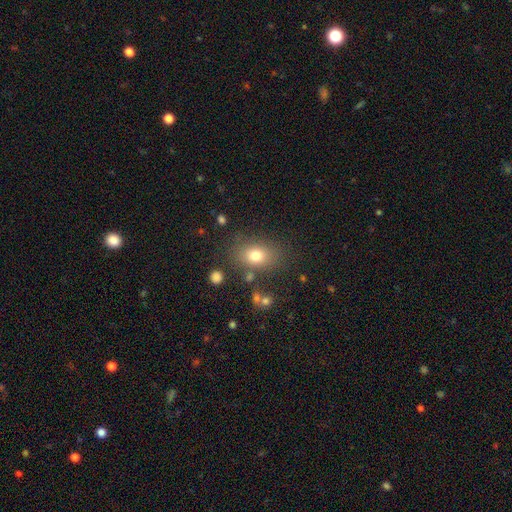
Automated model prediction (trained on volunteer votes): Morphology: type=smooth (75%); roundness=in between (70%); merging=none (76%).